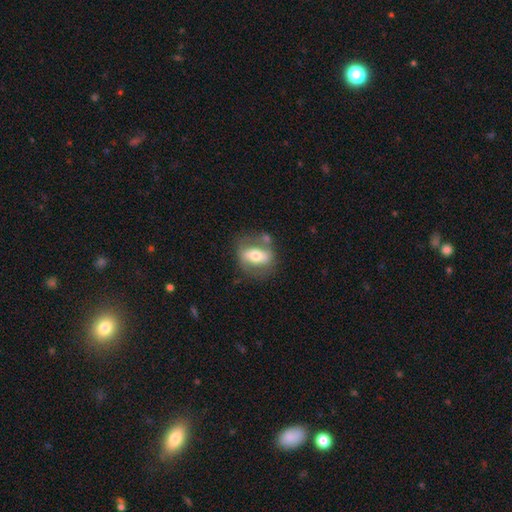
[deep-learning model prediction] The model was most divided on "smooth or featured": smooth: 47%, featured or disk: 46%, star or artifact: 7%. More confident: merging — none (59%).